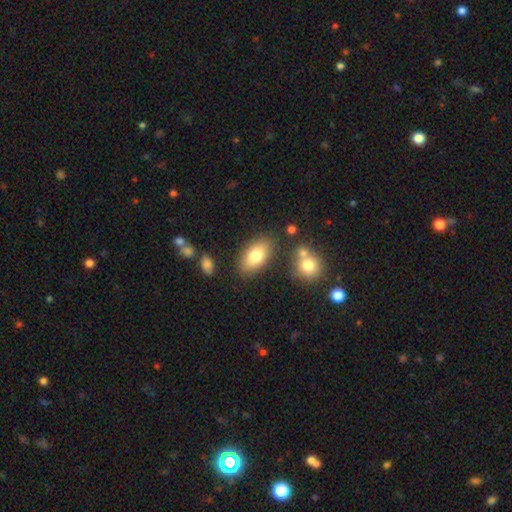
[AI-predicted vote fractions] Smooth or featured: smooth — 79% (featured or disk — 14%)
How rounded: in between — 92% (round — 5%)
Merging: none — 80% (minor disturbance — 12%)